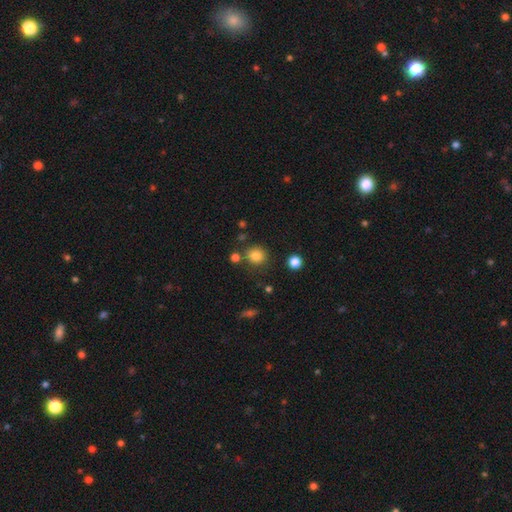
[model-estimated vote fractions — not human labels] Smooth or featured? Predicted: smooth (p=0.83). How rounded? Predicted: round (p=0.83). Merging? Predicted: none (p=0.79).